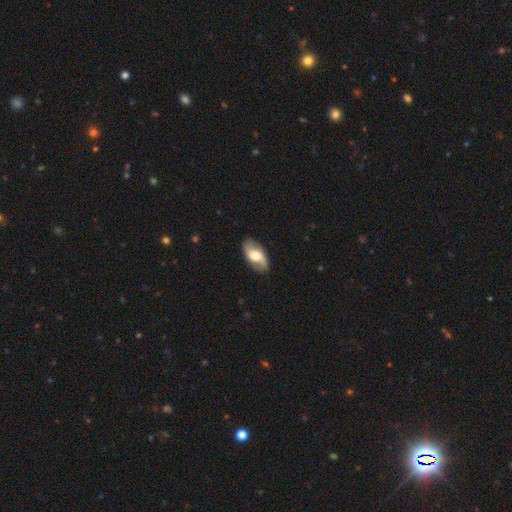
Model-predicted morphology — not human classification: type=featured or disk (64%); edge-on=no (93%); bar=no (49%); spiral arms=yes (87%); winding=loose (53%); arm count=2 (89%); bulge=moderate (56%); merging=none (84%).